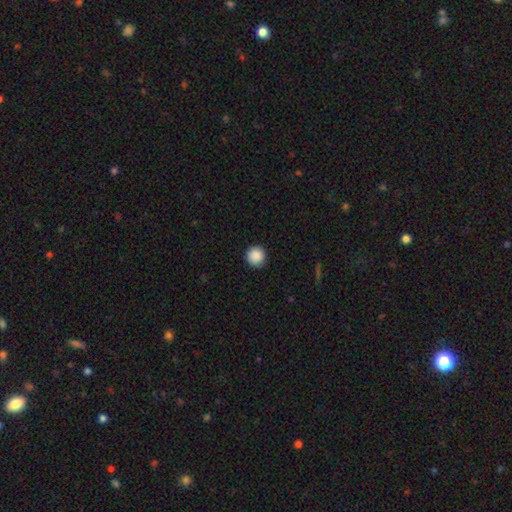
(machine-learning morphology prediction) Overall: smooth (89%). How rounded: round (95%). Merging: none (91%).